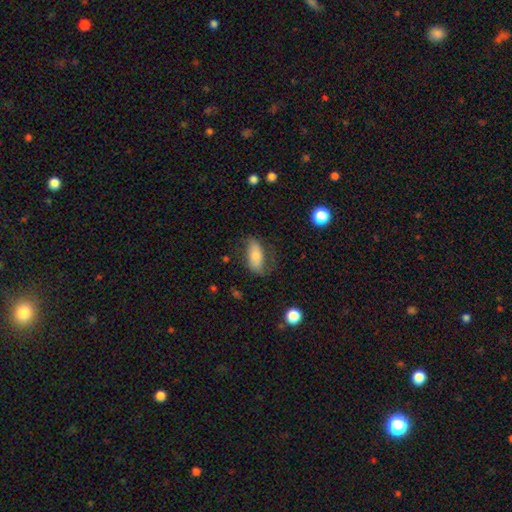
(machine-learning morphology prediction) smooth_or_featured: smooth (p=0.59) [alt: featured or disk p=0.33]
how_rounded: in between (p=0.85) [alt: cigar-shaped p=0.11]
merging: none (p=0.59) [alt: minor disturbance p=0.24]